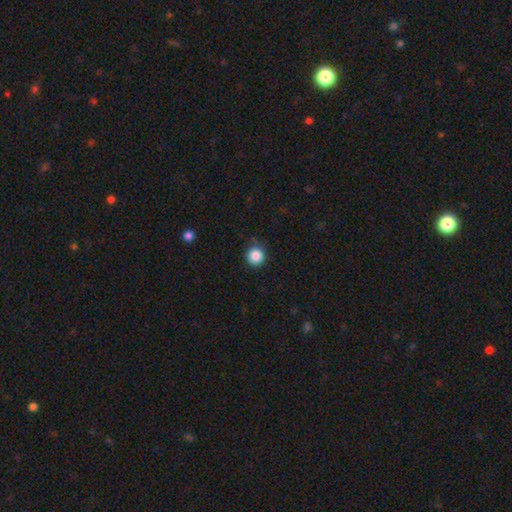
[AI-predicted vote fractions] smooth-or-featured: smooth: 86% | star or artifact: 10% | featured or disk: 4%
  how-rounded: round: 95% | in between: 4% | cigar-shaped: 1%
  merging: none: 81% | minor disturbance: 14% | major disturbance: 4% | merger: 1%